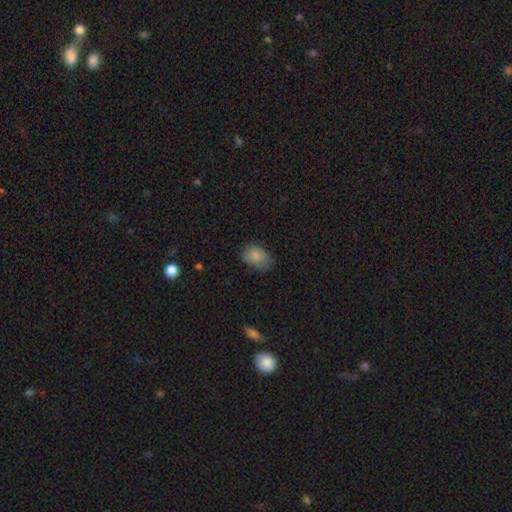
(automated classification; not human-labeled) Smooth or featured? smooth (82%)
How rounded? in between (83%)
Merging? none (61%)